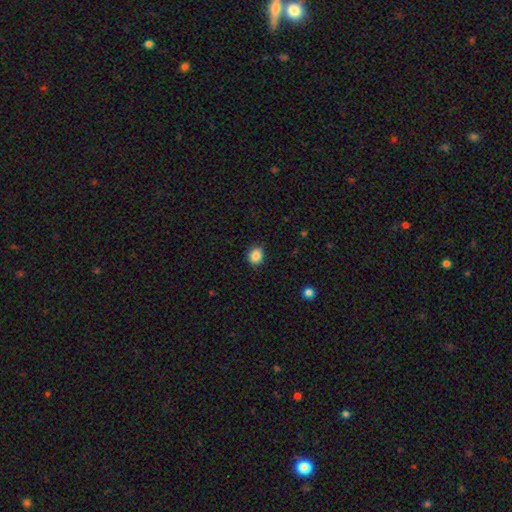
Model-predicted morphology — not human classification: Overall: smooth (87%). How rounded: round (60%; in between 39%). Merging: none (88%).